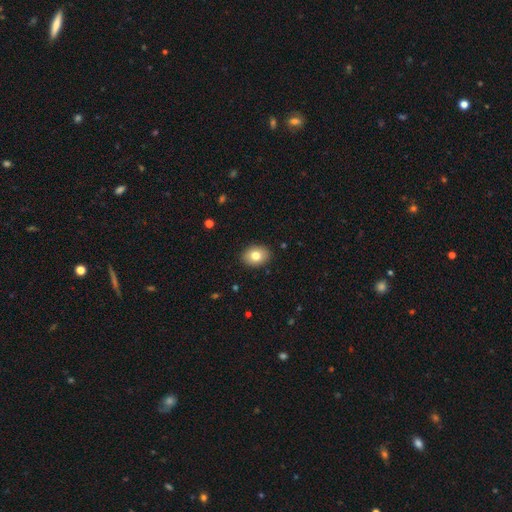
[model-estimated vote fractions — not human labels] Smooth or featured?
  - smooth: 80% *
  - featured or disk: 11%
  - star or artifact: 9%
How rounded?
  - in between: 66% *
  - round: 33%
  - cigar-shaped: 1%
Merging?
  - none: 90% *
  - minor disturbance: 7%
  - major disturbance: 2%
  - merger: 1%